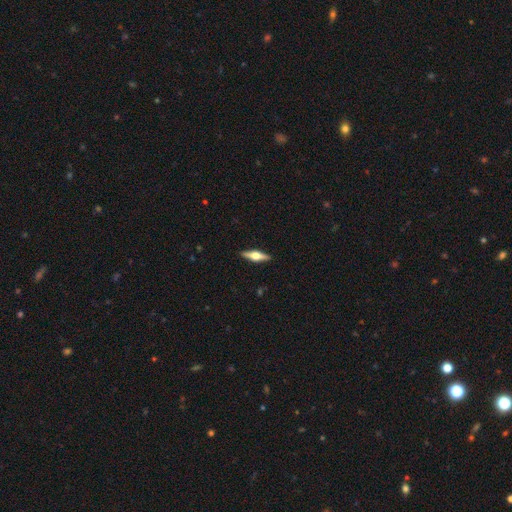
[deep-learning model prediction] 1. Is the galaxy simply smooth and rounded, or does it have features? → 63% featured or disk, 32% smooth, 5% star or artifact.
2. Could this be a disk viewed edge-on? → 97% yes, 3% no.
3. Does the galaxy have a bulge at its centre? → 93% rounded, 5% boxy, 2% none.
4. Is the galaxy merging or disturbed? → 91% none, 7% minor disturbance, 1% major disturbance, 1% merger.